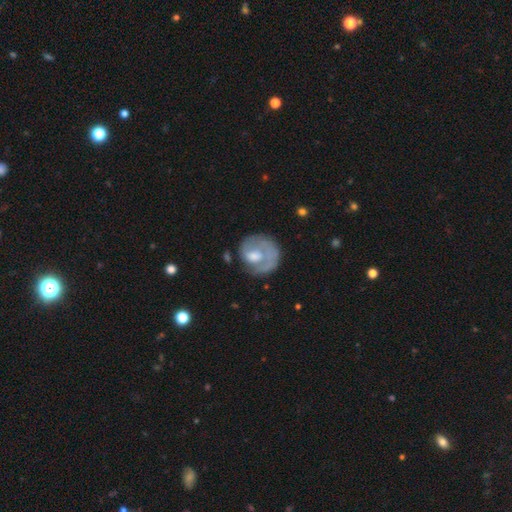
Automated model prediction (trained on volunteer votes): The model was most divided on "smooth or featured": featured or disk: 58%, smooth: 36%, star or artifact: 6%. More confident: edge-on disk — no (97%); bar — no (68%); spiral arms — yes (62%); merging — none (55%); bulge size — moderate (51%).